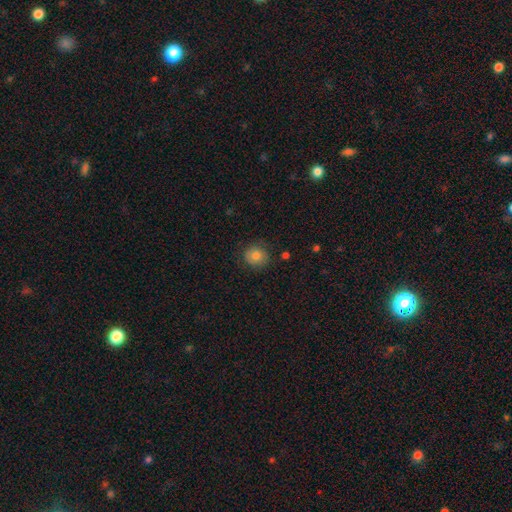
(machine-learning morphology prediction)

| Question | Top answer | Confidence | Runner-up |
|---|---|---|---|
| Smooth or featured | smooth | 80% | star or artifact (10%) |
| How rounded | round | 87% | in between (12%) |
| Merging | none | 83% | minor disturbance (12%) |